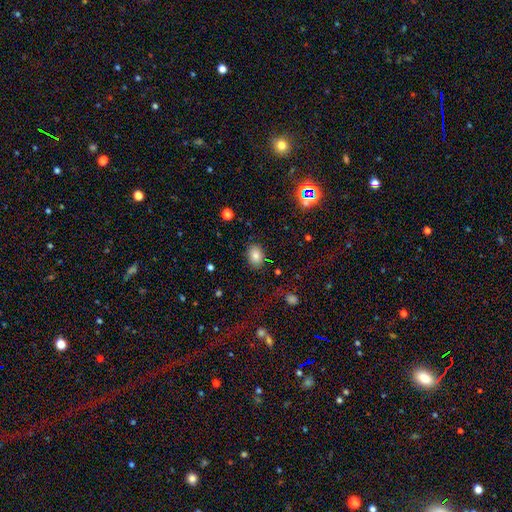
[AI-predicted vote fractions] Q: Smooth or featured?
A: smooth (81%); runner-up: star or artifact (11%)
Q: How rounded?
A: in between (78%); runner-up: round (21%)
Q: Merging?
A: none (84%); runner-up: minor disturbance (11%)